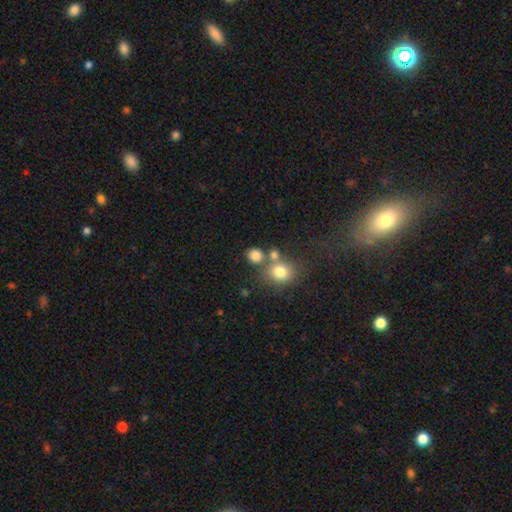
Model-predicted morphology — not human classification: This is clearly a smooth galaxy (80%). How rounded: likely round (80%). Merging: likely none (62%).